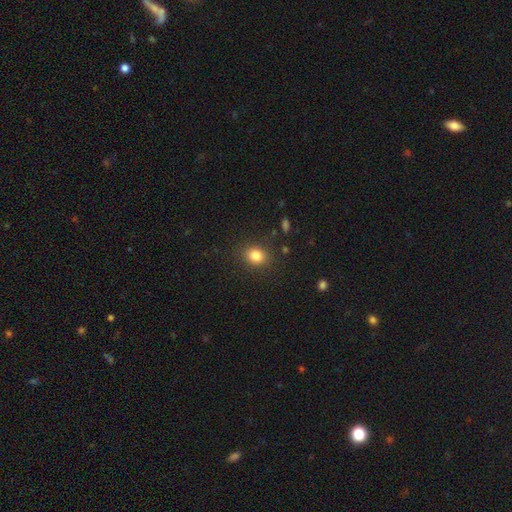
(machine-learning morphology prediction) Smooth or featured: smooth — 83% (star or artifact — 11%)
How rounded: round — 56% (in between — 43%)
Merging: none — 86% (minor disturbance — 9%)